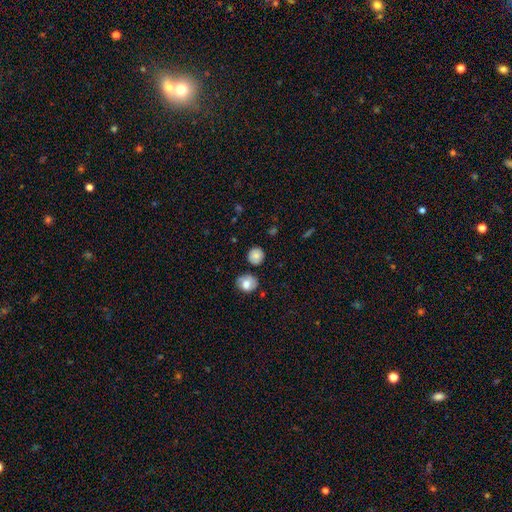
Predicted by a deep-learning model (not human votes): Smooth or featured? smooth (81%)
How rounded? round (89%)
Merging? none (80%)